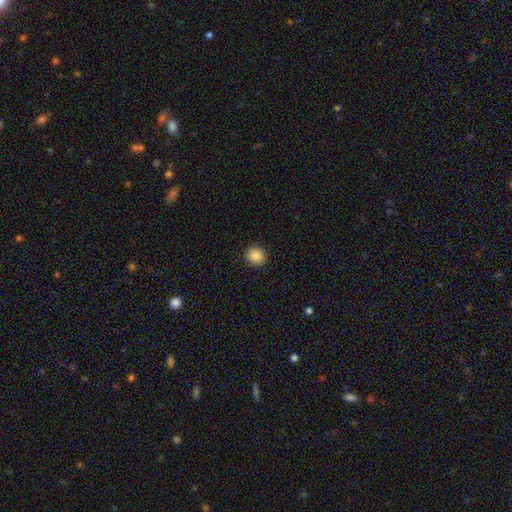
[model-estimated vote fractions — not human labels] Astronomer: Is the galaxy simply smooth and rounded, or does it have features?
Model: smooth — 87%.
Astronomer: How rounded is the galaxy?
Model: round — 86%.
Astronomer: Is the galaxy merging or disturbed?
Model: none — 92%.